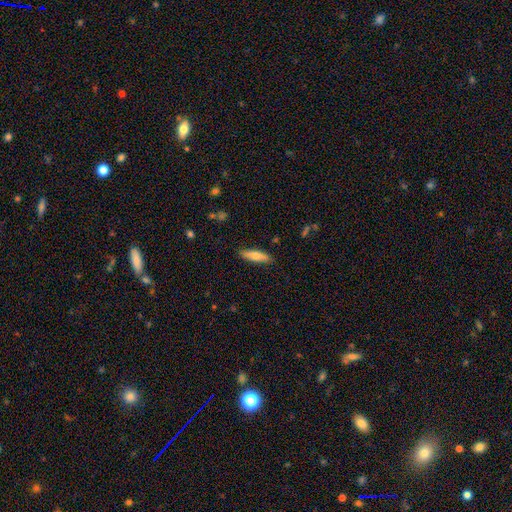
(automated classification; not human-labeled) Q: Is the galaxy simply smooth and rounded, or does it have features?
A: smooth — 69%.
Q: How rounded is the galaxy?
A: cigar-shaped — 64%.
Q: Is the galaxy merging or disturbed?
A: none — 87%.